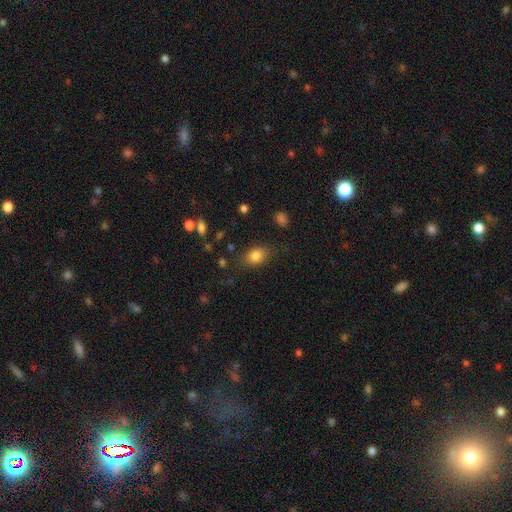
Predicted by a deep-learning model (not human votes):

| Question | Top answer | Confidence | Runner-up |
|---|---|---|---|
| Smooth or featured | smooth | 81% | star or artifact (10%) |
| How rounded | in between | 73% | round (25%) |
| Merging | none | 77% | minor disturbance (16%) |